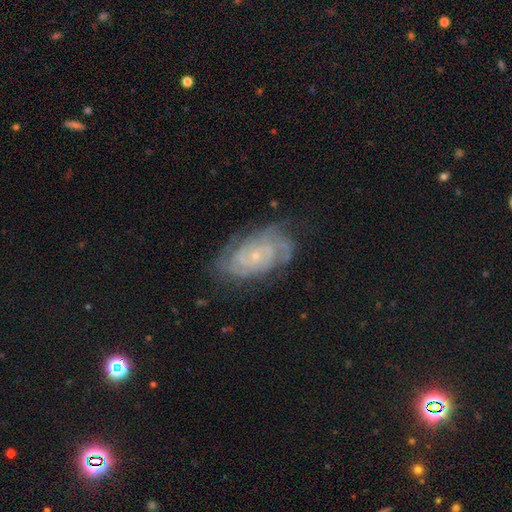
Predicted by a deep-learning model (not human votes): The model was most divided on "spiral arm count": can't tell: 29%, 2: 28%, 3: 19%, 4: 12%, more than 4: 6%, 1: 6%. More confident: edge-on disk — no (96%); spiral arms — yes (96%); smooth or featured — featured or disk (84%); bulge size — small (80%); merging — none (73%); bar — no (73%); spiral winding — tight (72%).